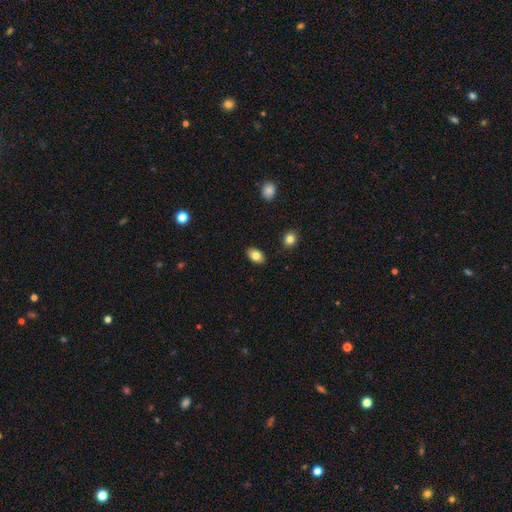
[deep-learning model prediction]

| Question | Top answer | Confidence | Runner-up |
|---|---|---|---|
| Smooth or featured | smooth | 82% | featured or disk (10%) |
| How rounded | in between | 88% | round (10%) |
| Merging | none | 89% | minor disturbance (8%) |